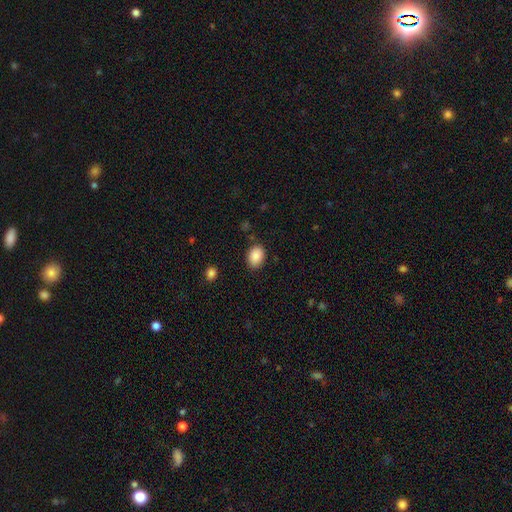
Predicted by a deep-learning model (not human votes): A smooth galaxy with no disk features (88%) that is in between round and cigar-shaped (72%). Merging: none (83%).